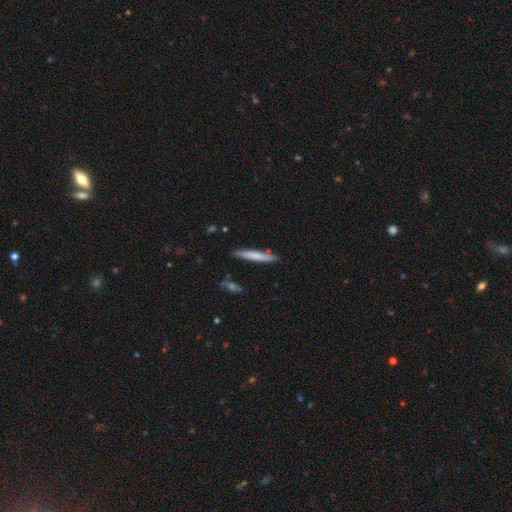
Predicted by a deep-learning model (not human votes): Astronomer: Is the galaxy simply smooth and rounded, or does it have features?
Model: smooth — 70%.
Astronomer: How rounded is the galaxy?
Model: cigar-shaped — 95%.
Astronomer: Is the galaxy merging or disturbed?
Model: none — 84%.